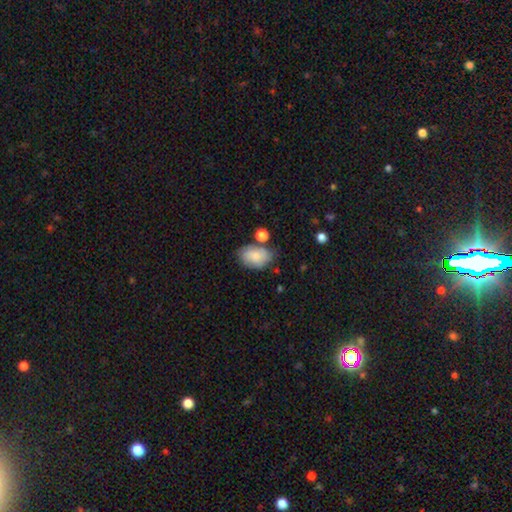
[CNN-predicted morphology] Smooth or featured? Predicted: smooth (p=0.79). How rounded? Predicted: in between (p=0.84). Merging? Predicted: none (p=0.57).